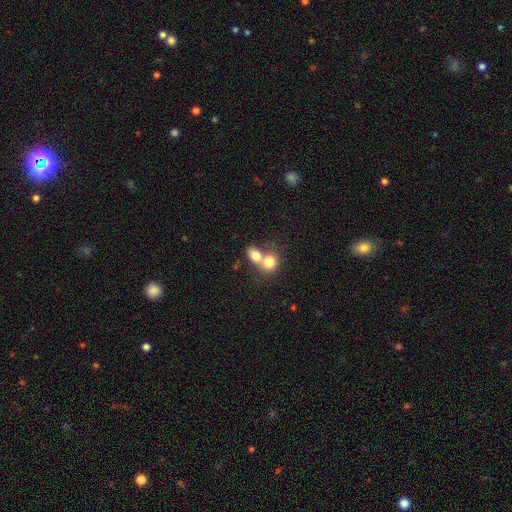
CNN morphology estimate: Q: Smooth or featured?
A: smooth (76%); runner-up: featured or disk (15%)
Q: How rounded?
A: in between (50%); runner-up: round (49%)
Q: Merging?
A: merger (70%); runner-up: none (22%)